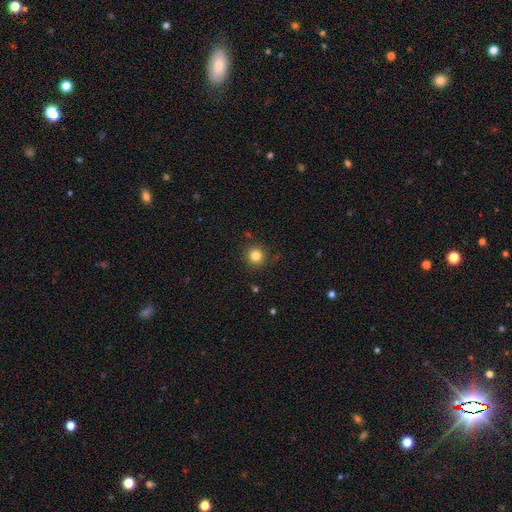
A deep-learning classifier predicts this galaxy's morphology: This is clearly a smooth galaxy (82%). How rounded: clearly round (95%). Merging: clearly none (90%).